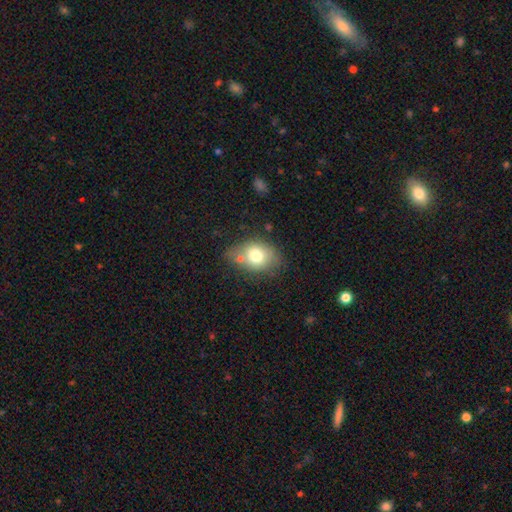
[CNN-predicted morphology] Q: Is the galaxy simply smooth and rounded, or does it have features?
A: smooth — 74%.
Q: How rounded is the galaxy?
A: in between — 64%.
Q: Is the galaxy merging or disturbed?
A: none — 57%.